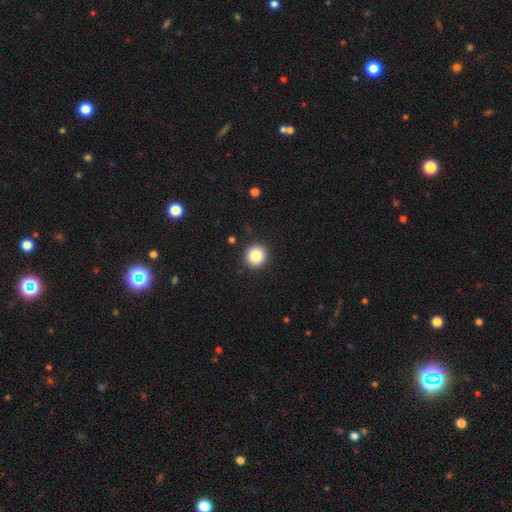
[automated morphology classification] smooth 84%, star or artifact 10%, featured or disk 6%. Down the decision tree: how rounded — round (94%); merging — none (92%).